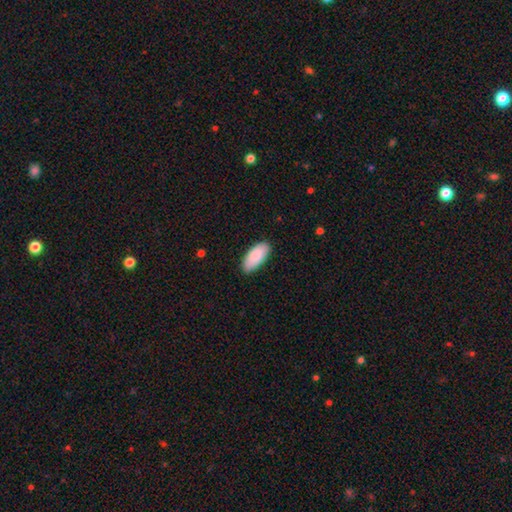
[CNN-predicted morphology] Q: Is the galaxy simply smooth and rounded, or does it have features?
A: smooth — 89%.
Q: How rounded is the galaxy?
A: in between — 91%.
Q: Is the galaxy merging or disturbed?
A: none — 87%.